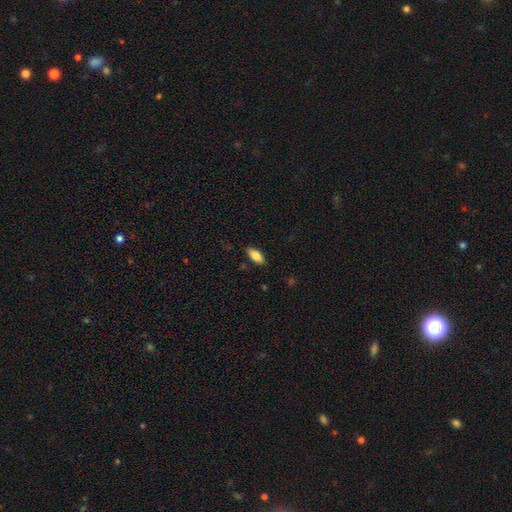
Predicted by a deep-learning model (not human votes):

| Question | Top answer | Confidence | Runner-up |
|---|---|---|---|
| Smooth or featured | smooth | 79% | featured or disk (14%) |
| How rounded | in between | 84% | cigar-shaped (13%) |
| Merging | none | 86% | minor disturbance (11%) |